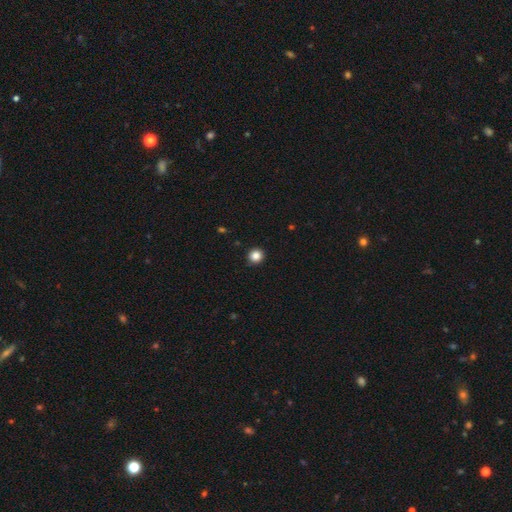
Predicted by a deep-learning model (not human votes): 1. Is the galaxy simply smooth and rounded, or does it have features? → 85% smooth, 11% star or artifact, 4% featured or disk.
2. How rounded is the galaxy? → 93% round, 6% in between, 1% cigar-shaped.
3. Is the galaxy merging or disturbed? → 93% none, 5% minor disturbance, 1% major disturbance, 1% merger.